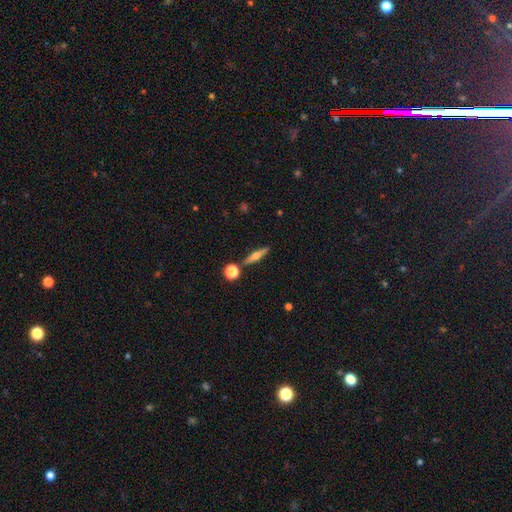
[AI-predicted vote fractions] The model was most divided on "smooth or featured": featured or disk: 49%, smooth: 43%, star or artifact: 8%. More confident: merging — none (83%).